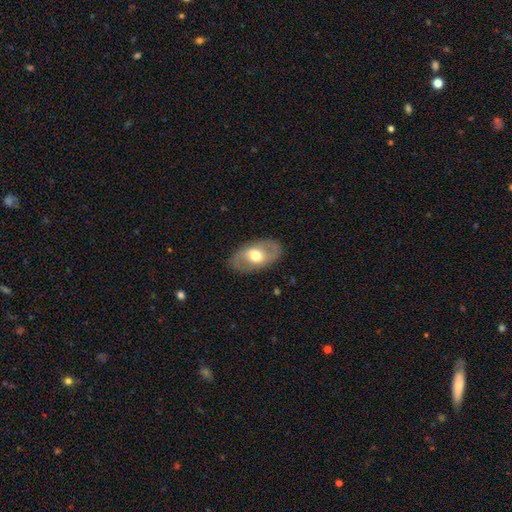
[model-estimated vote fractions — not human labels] The model was most divided on "smooth or featured": featured or disk: 51%, smooth: 43%, star or artifact: 6%. More confident: edge-on disk — no (90%); merging — none (83%).